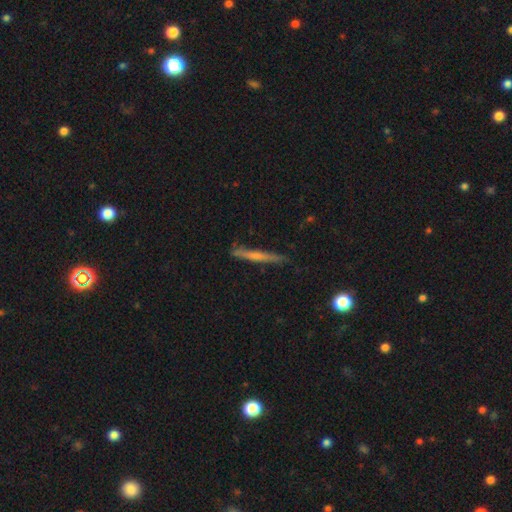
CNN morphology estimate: Smooth or featured: featured or disk — 55% (smooth — 31%)
Edge-on disk: yes — 92% (no — 8%)
Edge-on bulge: rounded — 57% (none — 34%)
Merging: none — 82% (minor disturbance — 12%)